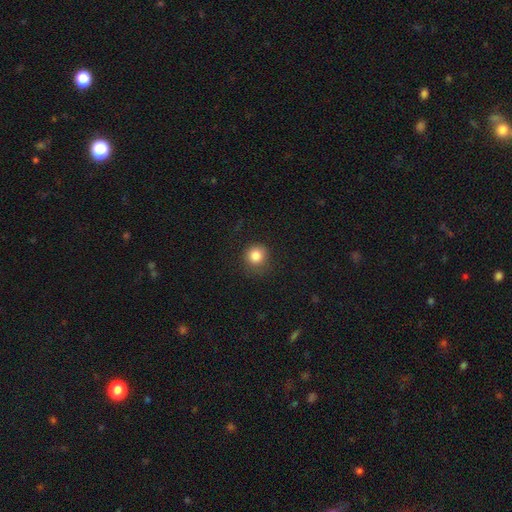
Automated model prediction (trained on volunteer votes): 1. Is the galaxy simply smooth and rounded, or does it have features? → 84% smooth, 10% star or artifact, 5% featured or disk.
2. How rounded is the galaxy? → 90% round, 9% in between, 1% cigar-shaped.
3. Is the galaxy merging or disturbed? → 79% none, 14% minor disturbance, 5% major disturbance, 1% merger.